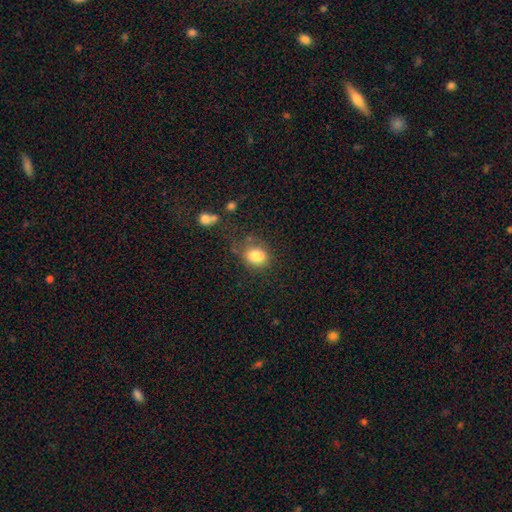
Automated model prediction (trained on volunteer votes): Smooth or featured? Predicted: smooth (p=0.81). How rounded? Predicted: in between (p=0.57). Merging? Predicted: none (p=0.56).